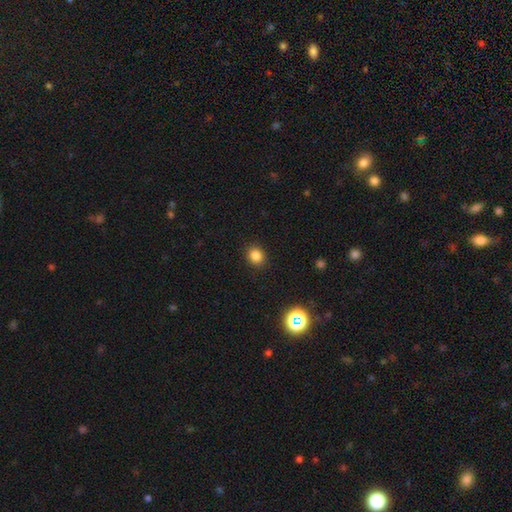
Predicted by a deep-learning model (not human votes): This is clearly a smooth galaxy (83%). How rounded: likely round (68%). Merging: clearly none (90%).